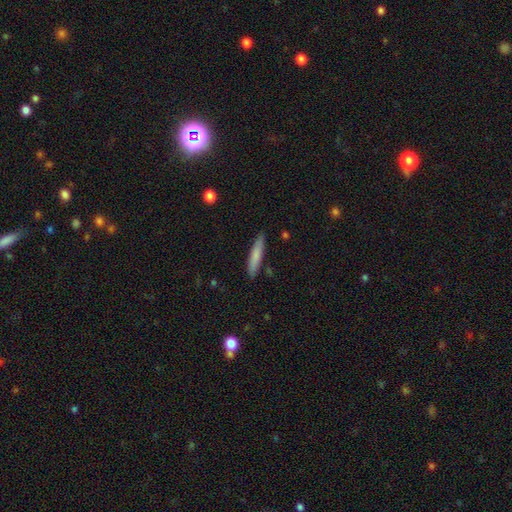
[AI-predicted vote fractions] Overall: smooth (77%). How rounded: cigar-shaped (90%). Merging: none (87%).